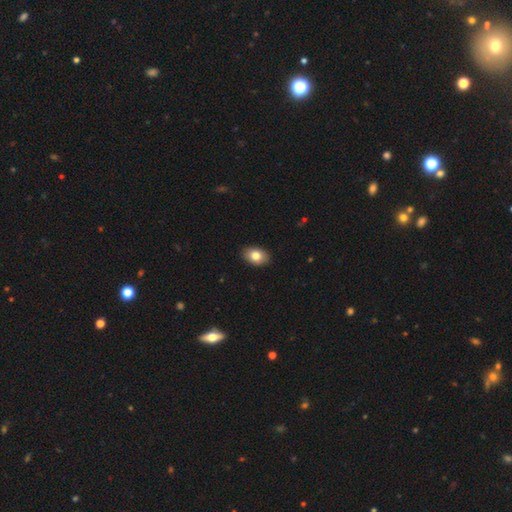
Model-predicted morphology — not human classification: A smooth galaxy with no disk features (81%) that is in between round and cigar-shaped (82%).

Vote fractions:
- Smooth or featured? smooth: 81% / featured or disk: 11% / star or artifact: 8%
- How rounded? in between: 82% / round: 17% / cigar-shaped: 1%
- Merging? none: 90% / minor disturbance: 8% / major disturbance: 2% / merger: 1%